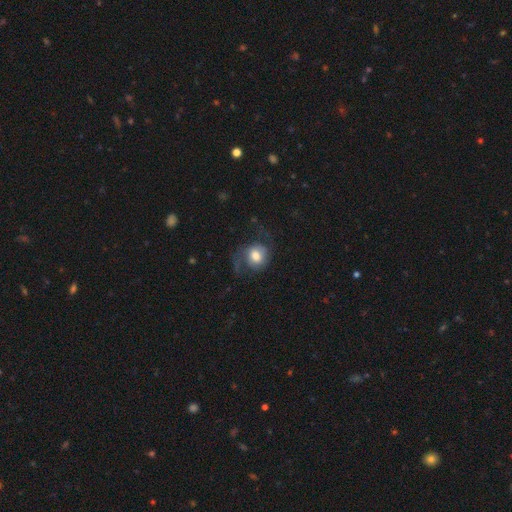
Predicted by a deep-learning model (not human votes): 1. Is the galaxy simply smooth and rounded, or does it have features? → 55% smooth, 37% featured or disk, 8% star or artifact.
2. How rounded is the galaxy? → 71% round, 28% in between, 1% cigar-shaped.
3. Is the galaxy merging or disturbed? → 45% none, 31% major disturbance, 22% minor disturbance, 2% merger.